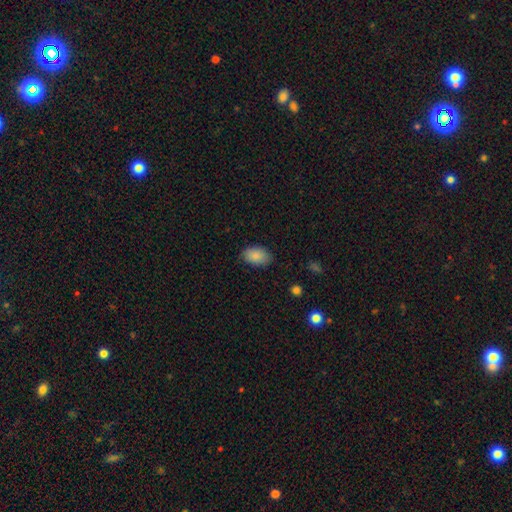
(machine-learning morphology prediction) Overall: smooth (88%). How rounded: in between (90%). Merging: none (82%).